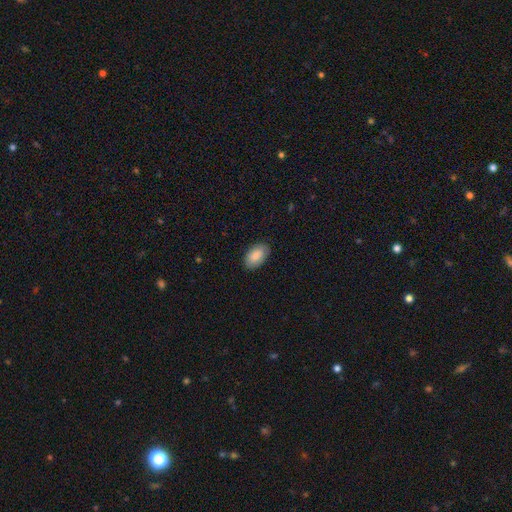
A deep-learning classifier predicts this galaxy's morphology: This appears to be a smooth galaxy with no disk features (87%) that is in between round and cigar-shaped (95%). Merging: none (87%).